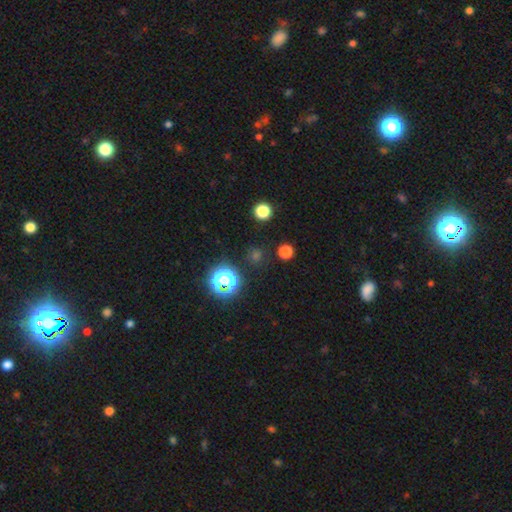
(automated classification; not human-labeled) smooth_or_featured: smooth (p=0.50) [alt: star or artifact p=0.44]
how_rounded: round (p=0.92) [alt: in between p=0.07]
merging: none (p=0.86) [alt: minor disturbance p=0.07]